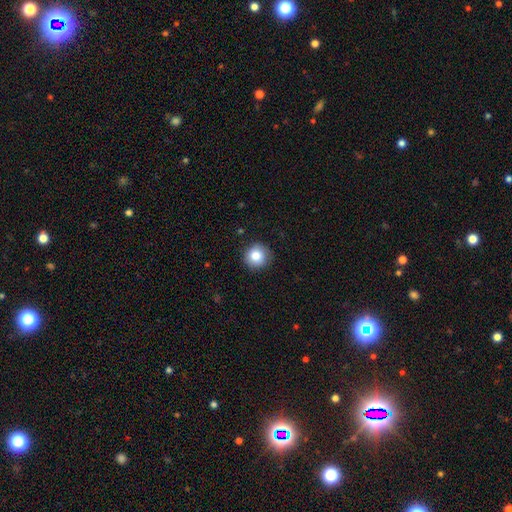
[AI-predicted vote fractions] This is clearly a smooth galaxy (84%). How rounded: clearly round (93%). Merging: clearly none (88%).